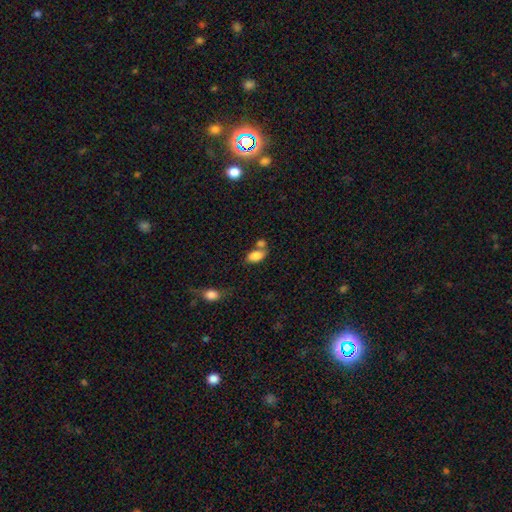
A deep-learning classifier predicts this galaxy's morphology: This is clearly a smooth galaxy (83%). How rounded: clearly in between (91%). Merging: marginally none (41%).